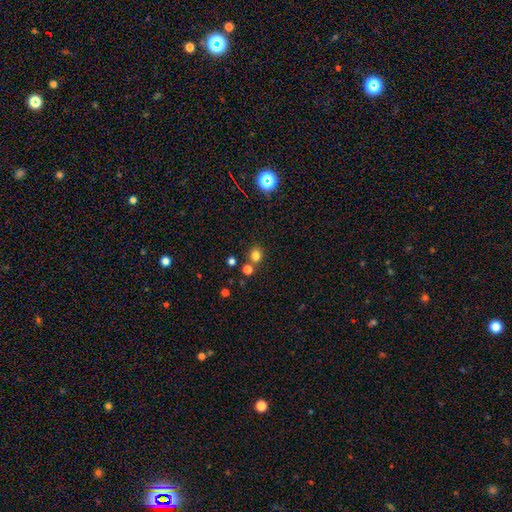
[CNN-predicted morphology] Smooth or featured?
  - smooth: 78% *
  - star or artifact: 17%
  - featured or disk: 6%
How rounded?
  - round: 77% *
  - in between: 22%
  - cigar-shaped: 1%
Merging?
  - none: 72% *
  - merger: 17%
  - minor disturbance: 8%
  - major disturbance: 3%